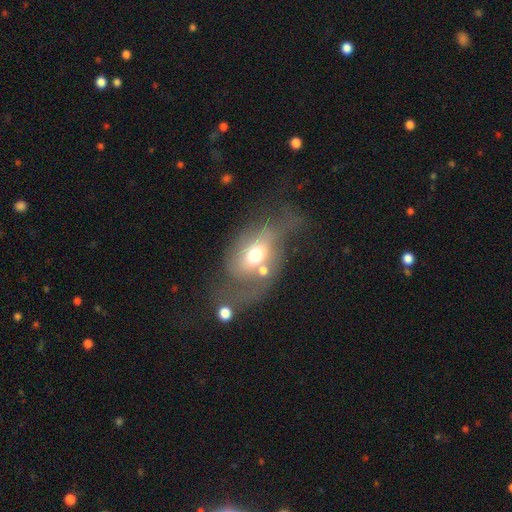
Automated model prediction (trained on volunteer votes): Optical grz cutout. It shows a smooth galaxy with no disk features (47%). Merging: major disturbance (39%).